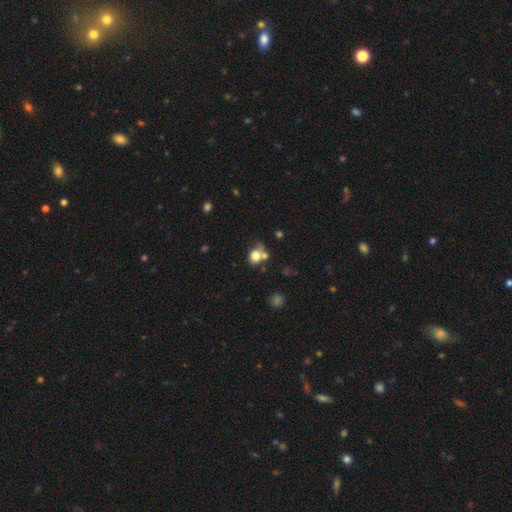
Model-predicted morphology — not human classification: Smooth or featured?
  - smooth: 75% *
  - featured or disk: 13%
  - star or artifact: 12%
How rounded?
  - round: 60% *
  - in between: 39%
  - cigar-shaped: 1%
Merging?
  - none: 41% *
  - merger: 33%
  - minor disturbance: 17%
  - major disturbance: 9%